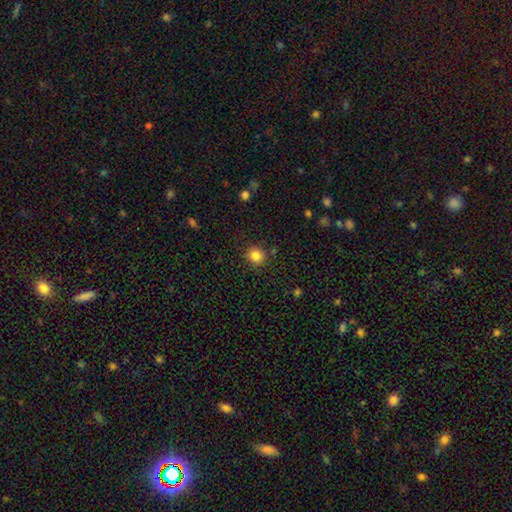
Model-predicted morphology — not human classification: A smooth galaxy with no disk features (85%) that is round (89%). Merging: none (86%).